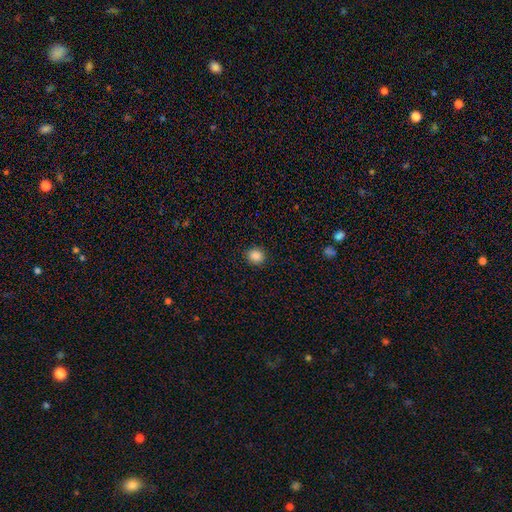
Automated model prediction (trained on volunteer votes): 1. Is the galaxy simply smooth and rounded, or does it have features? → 86% smooth, 10% star or artifact, 3% featured or disk.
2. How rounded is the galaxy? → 85% round, 14% in between, 1% cigar-shaped.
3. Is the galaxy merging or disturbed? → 91% none, 6% minor disturbance, 2% major disturbance, 1% merger.